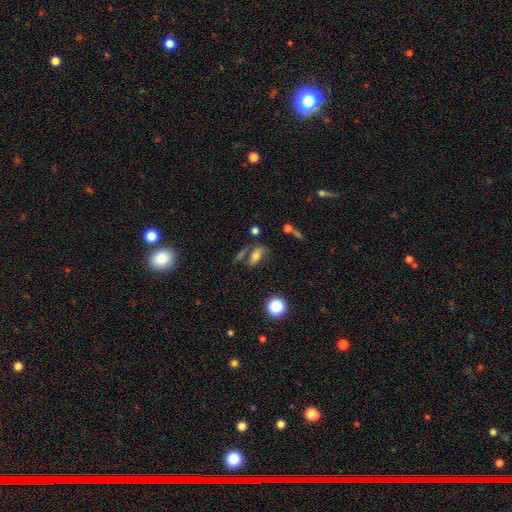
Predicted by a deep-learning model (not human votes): Smooth or featured: smooth — 61% (featured or disk — 26%)
How rounded: in between — 75% (cigar-shaped — 16%)
Merging: none — 55% (minor disturbance — 18%)